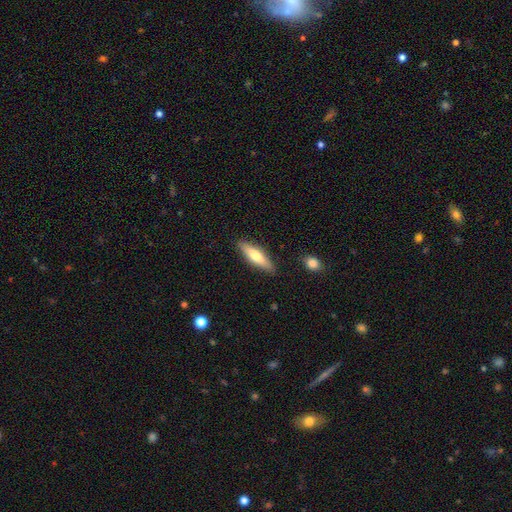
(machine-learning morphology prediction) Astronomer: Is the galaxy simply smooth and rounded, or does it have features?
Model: smooth — 61%.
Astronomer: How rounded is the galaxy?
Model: cigar-shaped — 66%.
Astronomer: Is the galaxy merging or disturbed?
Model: none — 86%.